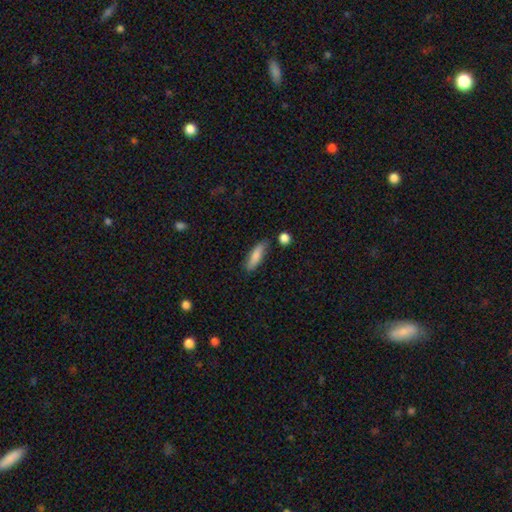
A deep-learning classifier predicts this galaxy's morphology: Smooth or featured: smooth — 81% (featured or disk — 13%)
How rounded: cigar-shaped — 56% (in between — 42%)
Merging: none — 78% (minor disturbance — 15%)